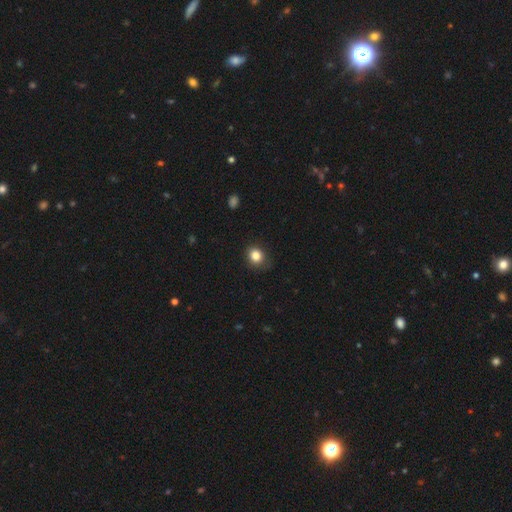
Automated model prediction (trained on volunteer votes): smooth 83%, star or artifact 11%, featured or disk 5%. Down the decision tree: how rounded — round (76%); merging — none (81%).